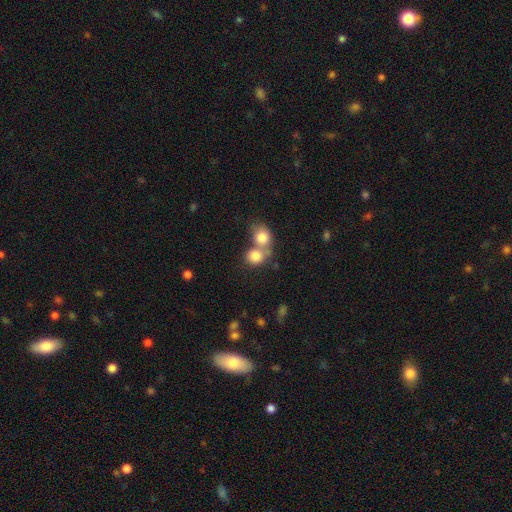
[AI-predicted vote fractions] A smooth galaxy with no disk features (81%) that is round (73%).

Vote fractions:
- Smooth or featured? smooth: 81% / featured or disk: 10% / star or artifact: 9%
- How rounded? round: 73% / in between: 26% / cigar-shaped: 1%
- Merging? merger: 58% / none: 32% / minor disturbance: 6% / major disturbance: 3%